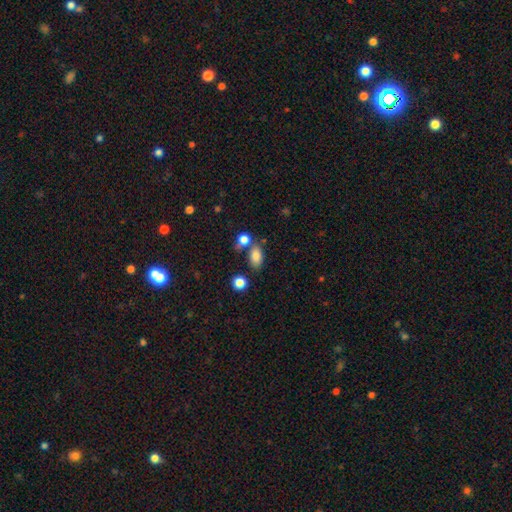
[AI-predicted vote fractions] smooth_or_featured: smooth (p=0.82) [alt: star or artifact p=0.10]
how_rounded: in between (p=0.85) [alt: round p=0.13]
merging: none (p=0.60) [alt: merger p=0.21]